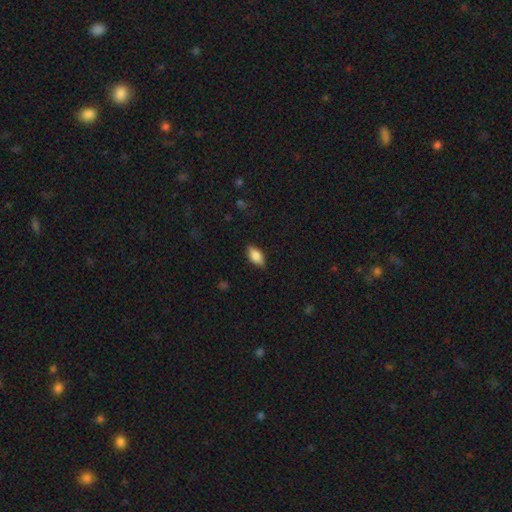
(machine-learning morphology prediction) Smooth or featured? smooth (82%)
How rounded? in between (89%)
Merging? none (86%)